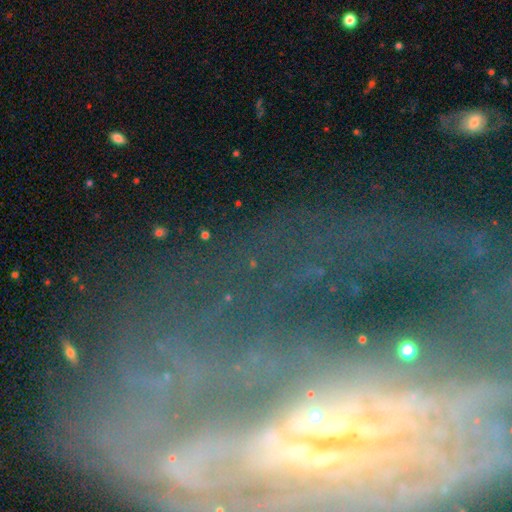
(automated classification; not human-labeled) The model was most divided on "bar" (2-way tie): strong: 36%, no: 36%, weak: 28%. More confident: edge-on disk — no (85%); spiral arms — yes (81%); smooth or featured — featured or disk (67%); merging — none (63%); bulge size — small (51%).